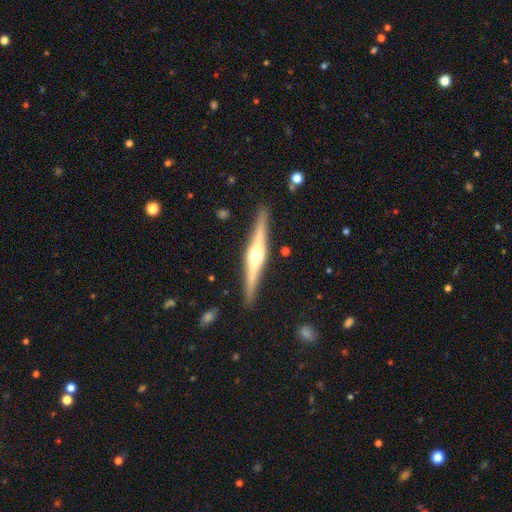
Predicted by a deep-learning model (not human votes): featured or disk 80%, smooth 15%, star or artifact 5%. Down the decision tree: edge-on disk — yes (98%); edge-on bulge — rounded (91%); merging — none (90%).